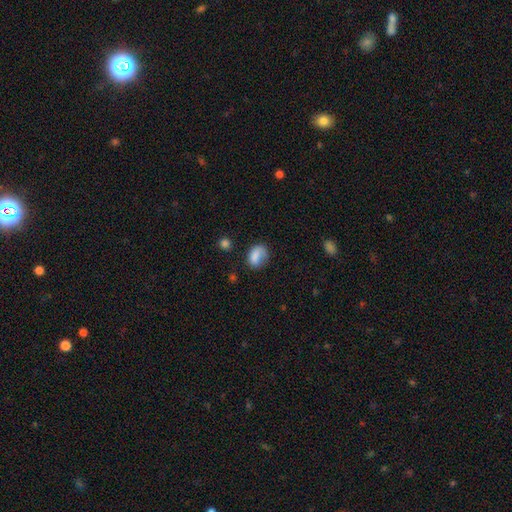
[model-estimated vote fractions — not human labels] A smooth galaxy with no disk features (81%) that is in between round and cigar-shaped (72%). Merging: none (54%).